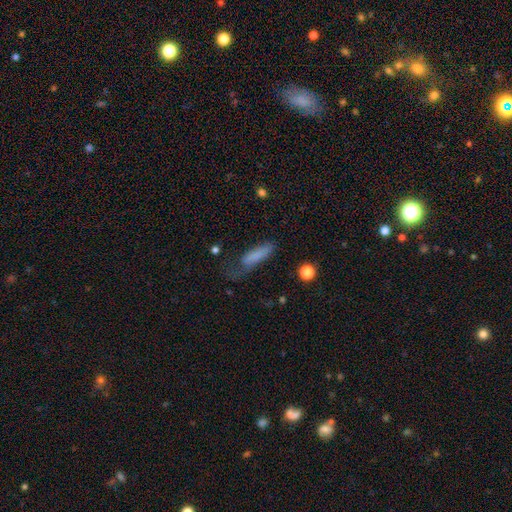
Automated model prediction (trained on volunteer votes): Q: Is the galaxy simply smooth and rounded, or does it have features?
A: smooth — 74%.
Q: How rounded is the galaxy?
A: cigar-shaped — 63%.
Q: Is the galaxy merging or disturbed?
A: none — 39%.